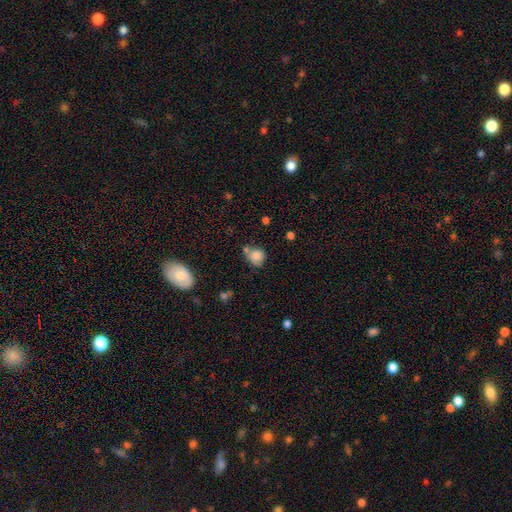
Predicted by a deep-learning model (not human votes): This appears to be a smooth galaxy with no disk features (81%) that is round (78%). Merging: none (51%).